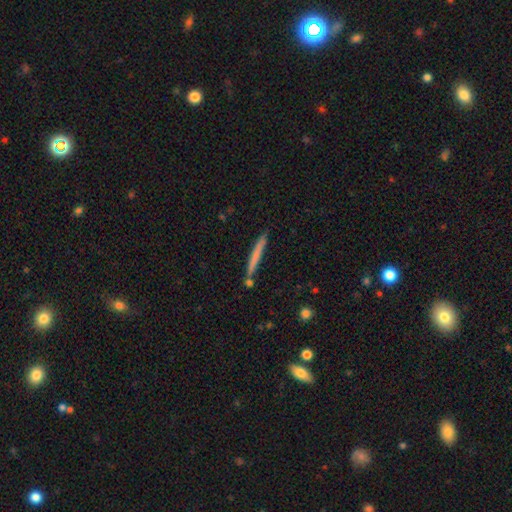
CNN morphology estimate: Overall: smooth (62%; featured or disk 32%). How rounded: cigar-shaped (97%). Merging: none (83%).